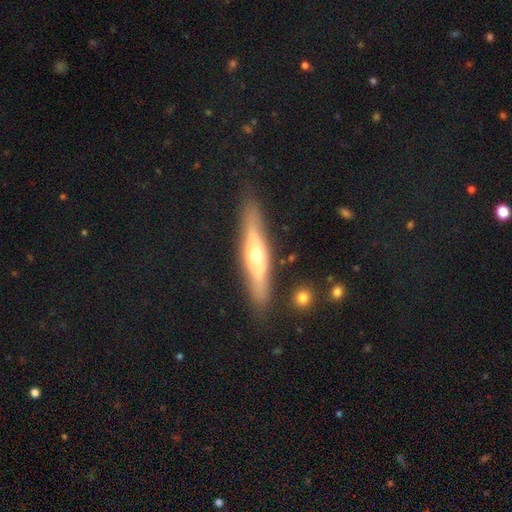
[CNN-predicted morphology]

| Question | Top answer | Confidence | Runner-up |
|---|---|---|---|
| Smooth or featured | featured or disk | 66% | smooth (27%) |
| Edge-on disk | yes | 86% | no (14%) |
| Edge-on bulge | rounded | 85% | none (9%) |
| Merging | none | 83% | minor disturbance (11%) |